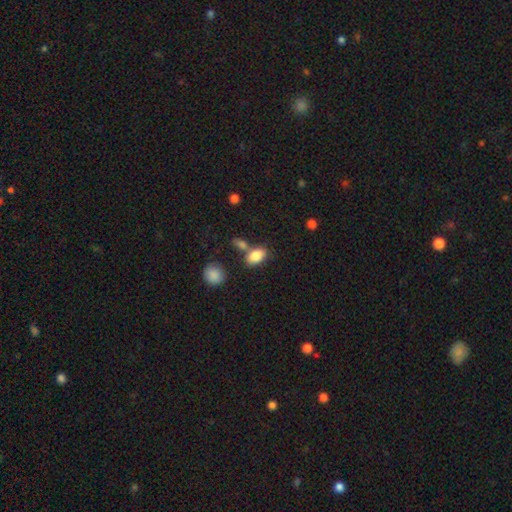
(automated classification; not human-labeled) A smooth galaxy with no disk features (84%) that is in between round and cigar-shaped (88%). Merging: none (58%).